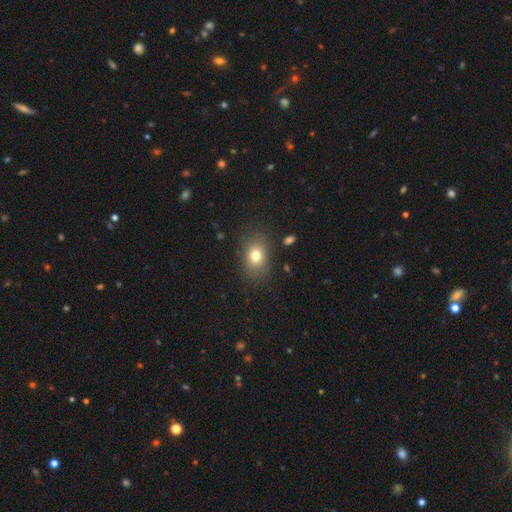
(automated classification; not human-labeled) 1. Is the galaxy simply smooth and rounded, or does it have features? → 77% smooth, 12% star or artifact, 11% featured or disk.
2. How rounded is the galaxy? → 66% in between, 33% round, 1% cigar-shaped.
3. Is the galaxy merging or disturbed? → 81% none, 12% minor disturbance, 5% major disturbance, 2% merger.